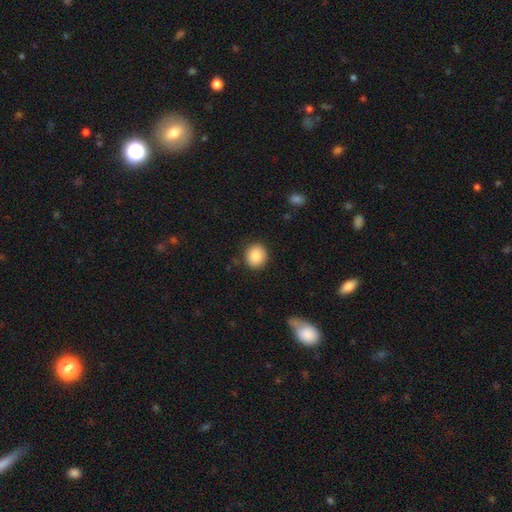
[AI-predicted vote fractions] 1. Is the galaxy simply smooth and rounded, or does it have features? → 87% smooth, 8% star or artifact, 5% featured or disk.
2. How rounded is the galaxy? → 84% round, 15% in between, 1% cigar-shaped.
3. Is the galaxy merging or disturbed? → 88% none, 8% minor disturbance, 2% major disturbance, 1% merger.